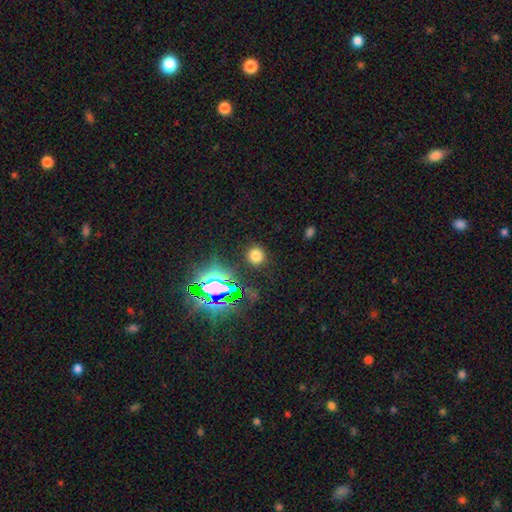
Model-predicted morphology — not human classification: Smooth or featured? Predicted: smooth (p=0.69). How rounded? Predicted: round (p=0.89). Merging? Predicted: none (p=0.88).